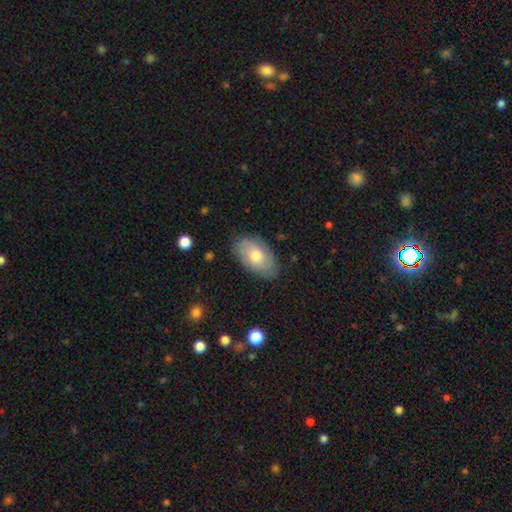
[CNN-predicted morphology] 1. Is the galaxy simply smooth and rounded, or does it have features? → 55% smooth, 39% featured or disk, 6% star or artifact.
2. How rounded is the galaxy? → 93% in between, 6% round, 2% cigar-shaped.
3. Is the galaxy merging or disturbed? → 81% none, 14% minor disturbance, 3% major disturbance, 1% merger.